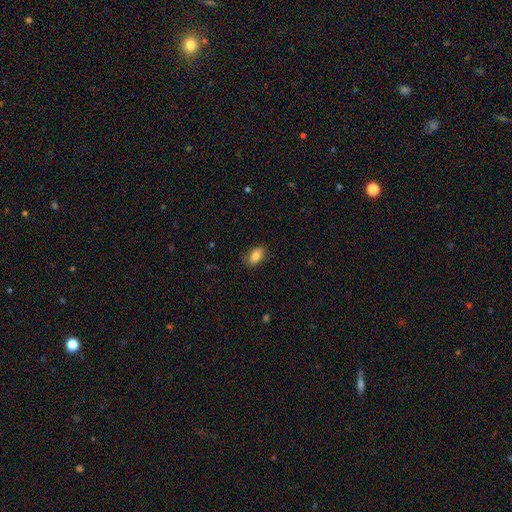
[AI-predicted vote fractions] Q: Smooth or featured?
A: smooth (84%); runner-up: featured or disk (8%)
Q: How rounded?
A: in between (88%); runner-up: round (9%)
Q: Merging?
A: none (82%); runner-up: minor disturbance (14%)